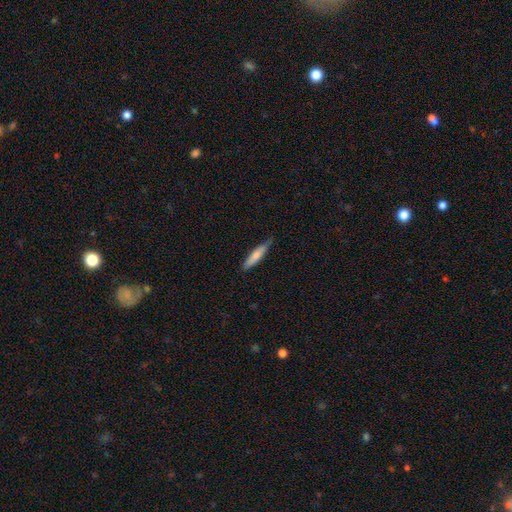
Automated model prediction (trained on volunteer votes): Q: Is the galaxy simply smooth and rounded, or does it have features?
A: smooth — 72%.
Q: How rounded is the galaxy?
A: cigar-shaped — 85%.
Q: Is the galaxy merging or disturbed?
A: none — 77%.